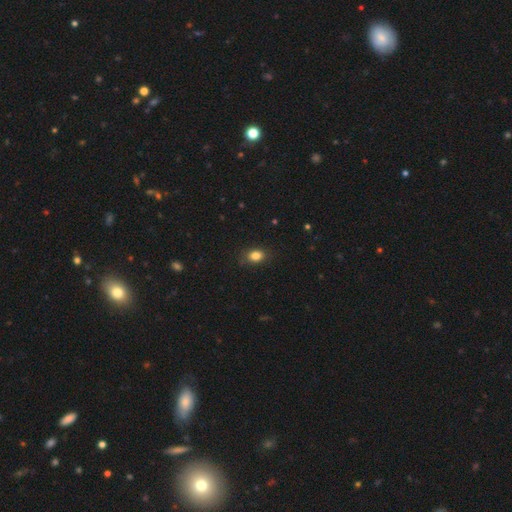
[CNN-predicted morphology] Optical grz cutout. It shows a smooth galaxy with no disk features (84%) that is in between round and cigar-shaped (72%). Merging: none (83%).